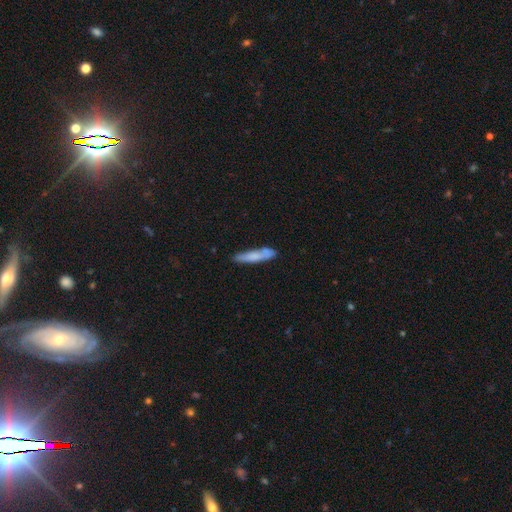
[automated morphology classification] A smooth galaxy with no disk features (69%) that is cigar-shaped (87%).

Vote fractions:
- Smooth or featured? smooth: 69% / featured or disk: 24% / star or artifact: 7%
- How rounded? cigar-shaped: 87% / in between: 12% / round: 1%
- Merging? none: 71% / minor disturbance: 18% / merger: 7% / major disturbance: 4%